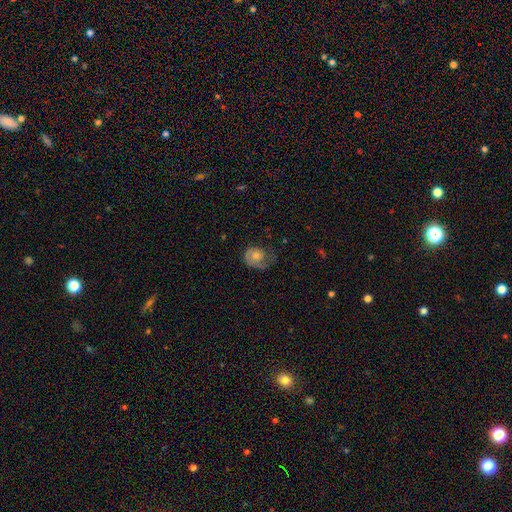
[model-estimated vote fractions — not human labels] This is possibly a featured or disk galaxy (56%). It is clearly not viewed edge-on (97%). Bar: clearly no (81%). Spiral arm pattern: clearly yes (81%). Central bulge: possibly moderate (56%). Merging: possibly none (49%).